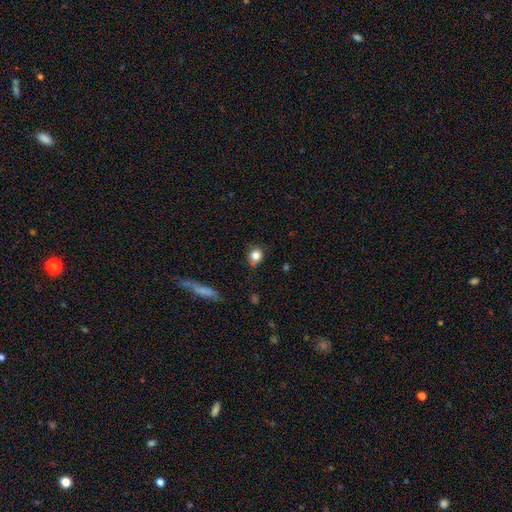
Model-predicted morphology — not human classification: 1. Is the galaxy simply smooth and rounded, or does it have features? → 81% smooth, 10% star or artifact, 8% featured or disk.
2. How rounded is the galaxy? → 77% round, 21% in between, 2% cigar-shaped.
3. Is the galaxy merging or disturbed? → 73% none, 20% minor disturbance, 5% major disturbance, 2% merger.